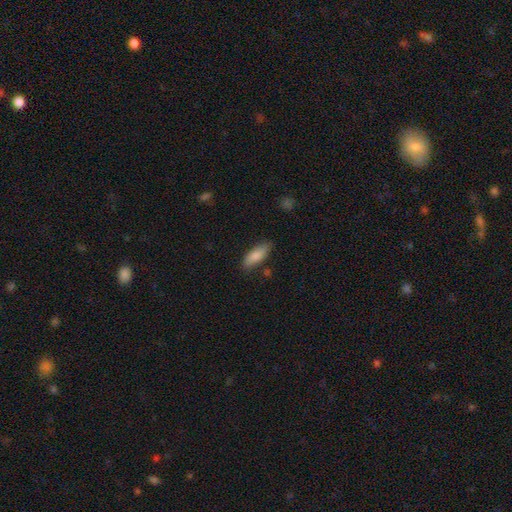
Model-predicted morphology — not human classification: Q: Smooth or featured?
A: smooth (81%); runner-up: featured or disk (13%)
Q: How rounded?
A: in between (67%); runner-up: cigar-shaped (31%)
Q: Merging?
A: none (79%); runner-up: minor disturbance (15%)